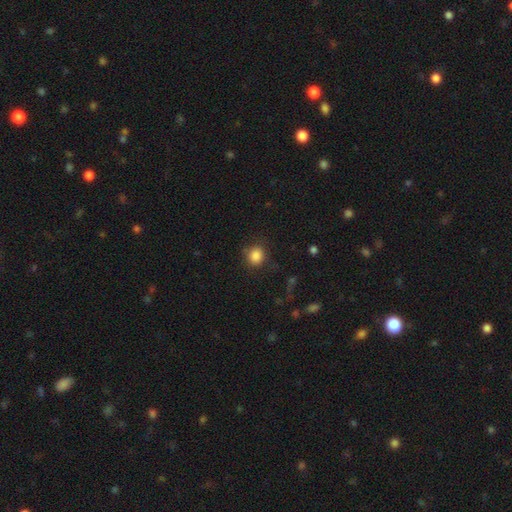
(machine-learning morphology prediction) type=smooth (86%); roundness=round (79%); merging=none (78%).